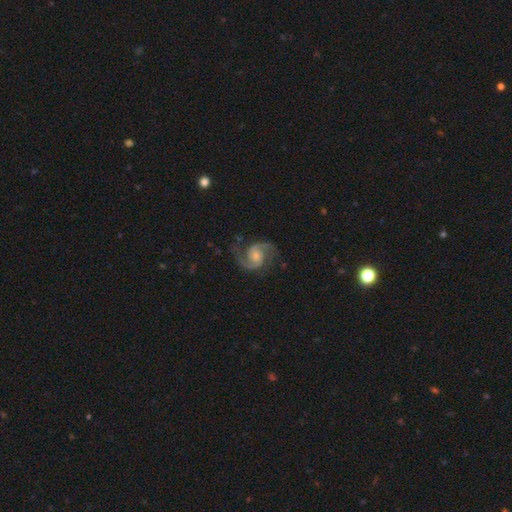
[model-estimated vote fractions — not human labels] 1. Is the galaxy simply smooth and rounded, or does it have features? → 92% featured or disk, 4% star or artifact, 3% smooth.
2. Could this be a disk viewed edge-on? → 98% no, 2% yes.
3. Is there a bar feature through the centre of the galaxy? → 63% no, 30% weak, 7% strong.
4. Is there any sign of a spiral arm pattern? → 98% yes, 2% no.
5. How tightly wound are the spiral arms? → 62% medium, 19% tight, 18% loose.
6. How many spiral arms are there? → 94% 2, 2% 3, 1% can't tell, 1% 1, 1% 4, 1% more than 4.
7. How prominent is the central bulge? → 54% small, 35% moderate, 6% none, 3% large, 1% dominant.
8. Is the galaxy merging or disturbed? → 78% none, 14% minor disturbance, 6% major disturbance, 1% merger.